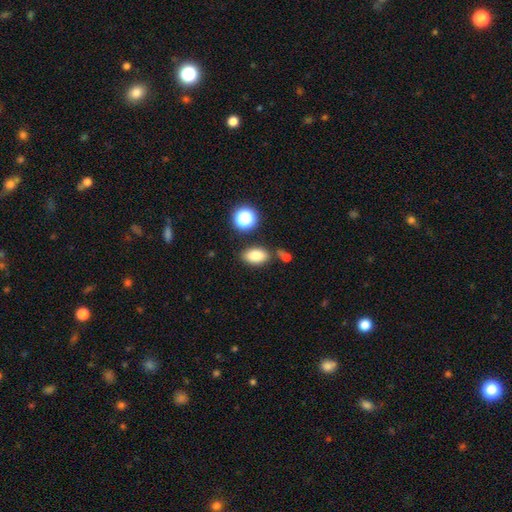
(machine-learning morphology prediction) Smooth or featured?
  - smooth: 82% *
  - star or artifact: 11%
  - featured or disk: 8%
How rounded?
  - in between: 88% *
  - round: 10%
  - cigar-shaped: 2%
Merging?
  - none: 77% *
  - minor disturbance: 12%
  - merger: 7%
  - major disturbance: 3%